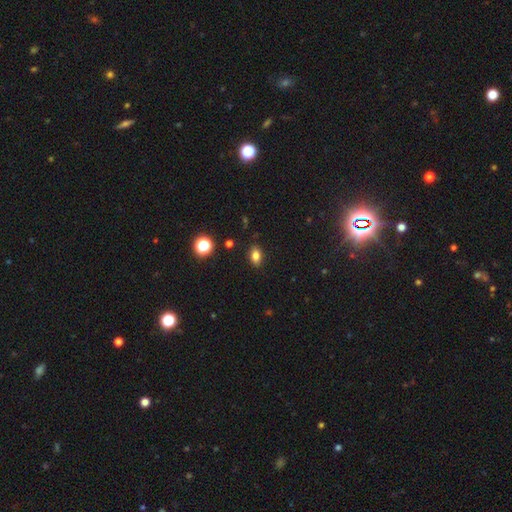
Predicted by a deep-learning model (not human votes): Smooth or featured: smooth — 78% (star or artifact — 13%)
How rounded: in between — 82% (round — 14%)
Merging: none — 87% (minor disturbance — 10%)